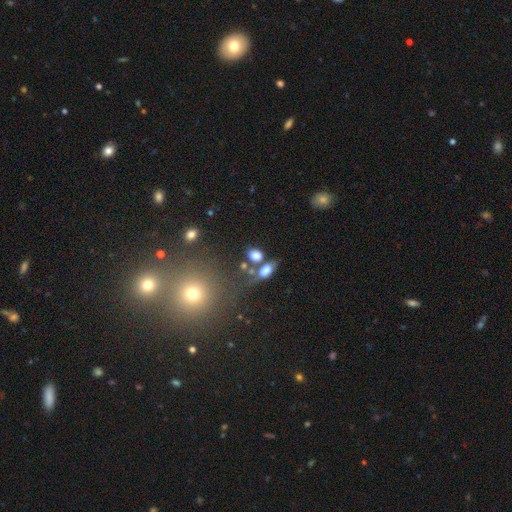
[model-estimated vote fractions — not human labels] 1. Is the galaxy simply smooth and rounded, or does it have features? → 78% smooth, 12% star or artifact, 10% featured or disk.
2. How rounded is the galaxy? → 68% in between, 27% round, 5% cigar-shaped.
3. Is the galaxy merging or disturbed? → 55% none, 25% merger, 13% minor disturbance, 7% major disturbance.